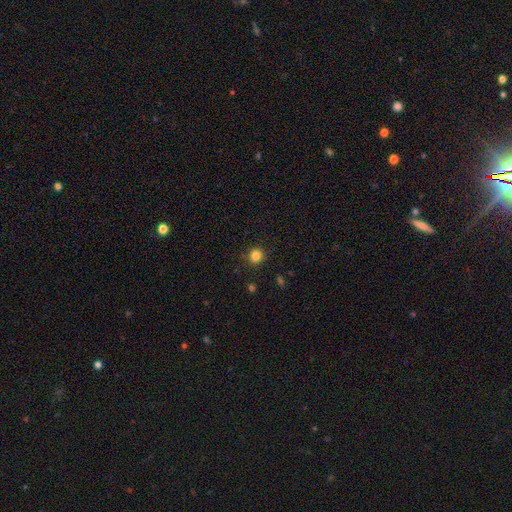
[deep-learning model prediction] This is clearly a smooth galaxy (84%). How rounded: clearly round (90%). Merging: clearly none (90%).